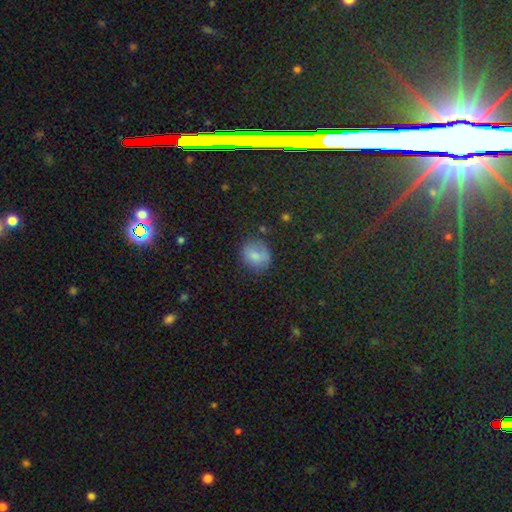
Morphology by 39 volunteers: Smooth or featured? 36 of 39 (92%) said smooth. How rounded? 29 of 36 (81%) said round. Merging? 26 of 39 (67%) said none.